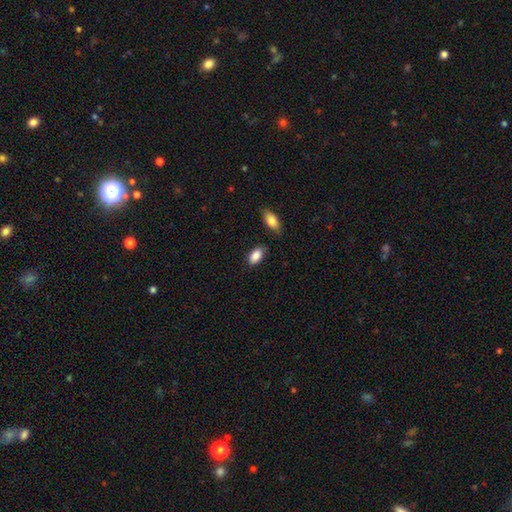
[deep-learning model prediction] Smooth or featured: smooth — 89% (star or artifact — 7%)
How rounded: in between — 92% (round — 5%)
Merging: none — 78% (minor disturbance — 15%)